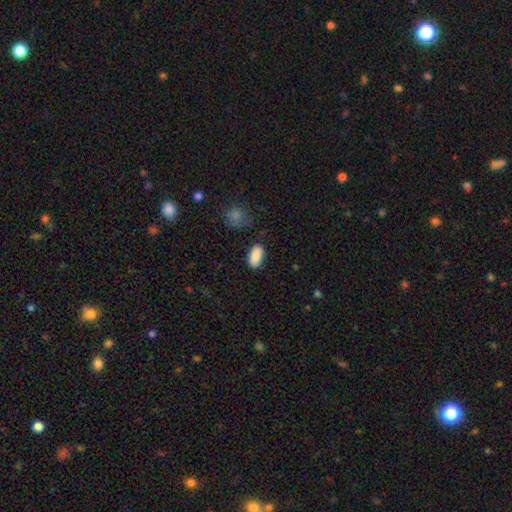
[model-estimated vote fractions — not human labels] This is clearly a smooth galaxy (89%). How rounded: clearly in between (92%). Merging: clearly none (83%).